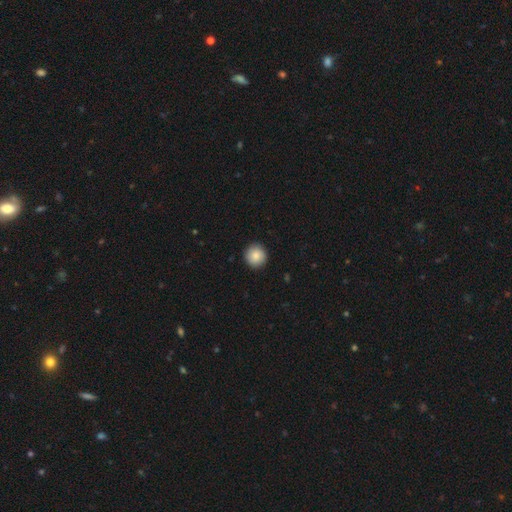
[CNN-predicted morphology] The model was most divided on "smooth or featured": smooth: 86%, star or artifact: 7%, featured or disk: 6%. More confident: how rounded — round (95%); merging — none (92%).